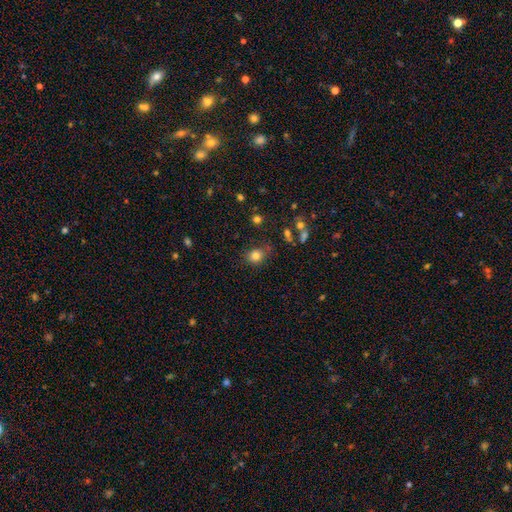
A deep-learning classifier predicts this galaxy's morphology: This is clearly a smooth galaxy (81%). How rounded: likely round (67%). Merging: likely none (73%).